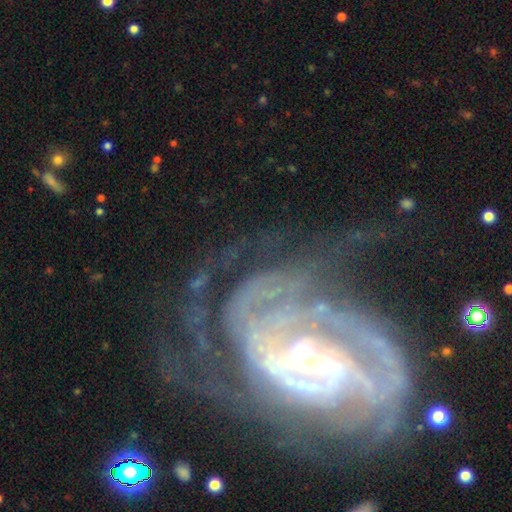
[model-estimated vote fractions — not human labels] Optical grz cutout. It shows a featured or disk galaxy (88%) with a weak bar (40%), tight (51%) spiral arms (95%) and a small central bulge (64%). Merging: none (46%).